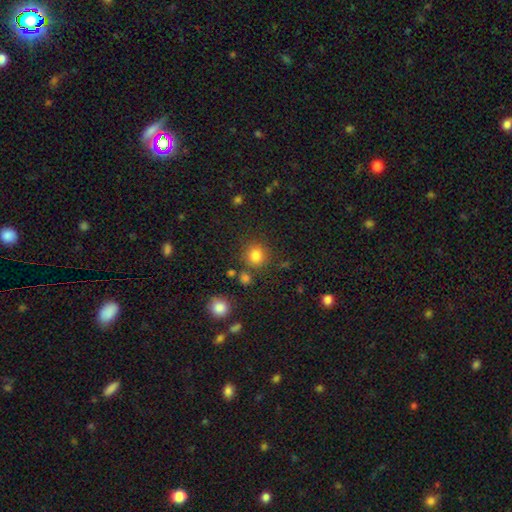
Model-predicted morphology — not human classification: smooth-or-featured: smooth: 82% | star or artifact: 13% | featured or disk: 5%
  how-rounded: round: 90% | in between: 9% | cigar-shaped: 1%
  merging: none: 80% | minor disturbance: 9% | merger: 7% | major disturbance: 4%